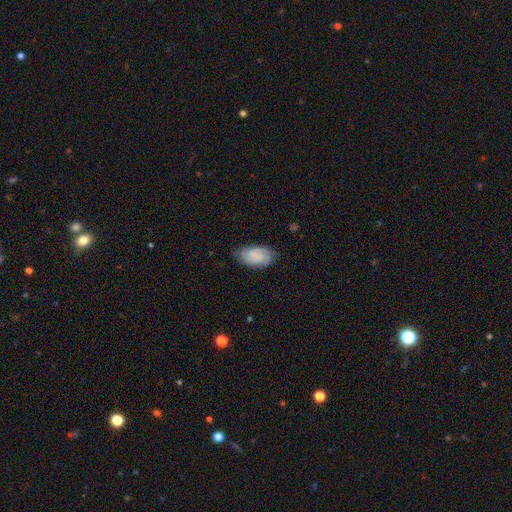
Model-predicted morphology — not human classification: Smooth or featured? Predicted: featured or disk (p=0.46, tied with smooth). Merging? Predicted: none (p=0.70).